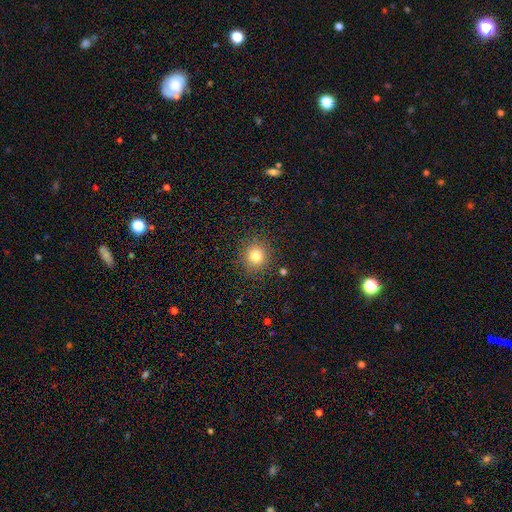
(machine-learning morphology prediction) A smooth galaxy with no disk features (79%) that is round (87%).

Vote fractions:
- Smooth or featured? smooth: 79% / star or artifact: 14% / featured or disk: 7%
- How rounded? round: 87% / in between: 12% / cigar-shaped: 1%
- Merging? none: 88% / minor disturbance: 7% / major disturbance: 3% / merger: 1%